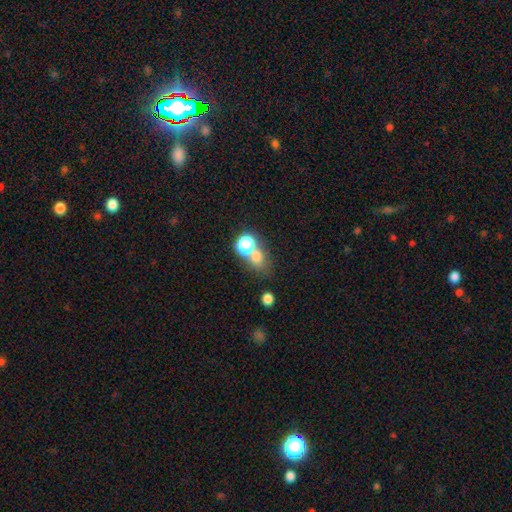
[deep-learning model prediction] A smooth galaxy with no disk features (66%) that is round (62%).

Vote fractions:
- Smooth or featured? smooth: 66% / star or artifact: 23% / featured or disk: 11%
- How rounded? round: 62% / in between: 37% / cigar-shaped: 2%
- Merging? none: 46% / merger: 38% / minor disturbance: 10% / major disturbance: 6%